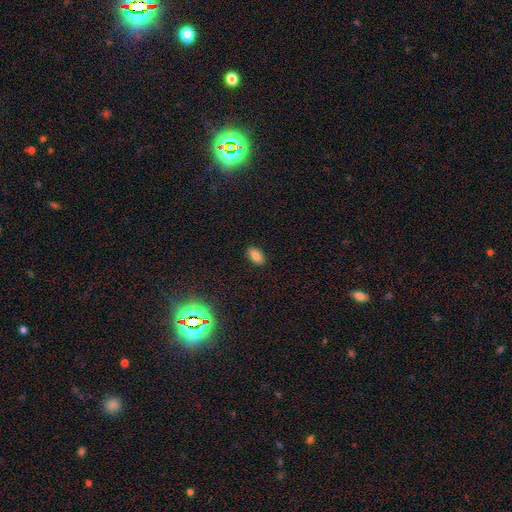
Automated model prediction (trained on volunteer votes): A smooth galaxy with no disk features (82%) that is in between round and cigar-shaped (90%). Merging: none (89%).